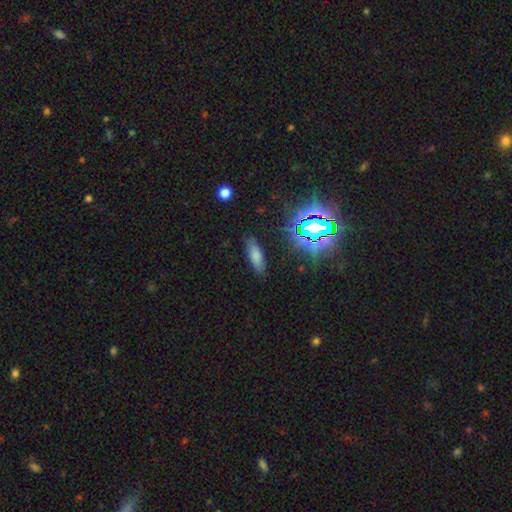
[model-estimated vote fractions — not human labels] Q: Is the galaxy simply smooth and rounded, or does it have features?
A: smooth — 71%.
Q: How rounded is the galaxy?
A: in between — 58%.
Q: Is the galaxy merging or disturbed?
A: none — 83%.